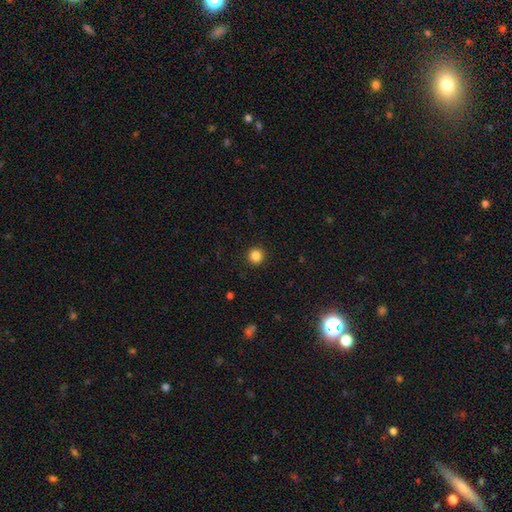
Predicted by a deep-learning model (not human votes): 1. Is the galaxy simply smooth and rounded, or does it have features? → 85% smooth, 11% star or artifact, 4% featured or disk.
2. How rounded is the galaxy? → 94% round, 5% in between, 1% cigar-shaped.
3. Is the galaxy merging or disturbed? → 92% none, 5% minor disturbance, 2% major disturbance, 1% merger.